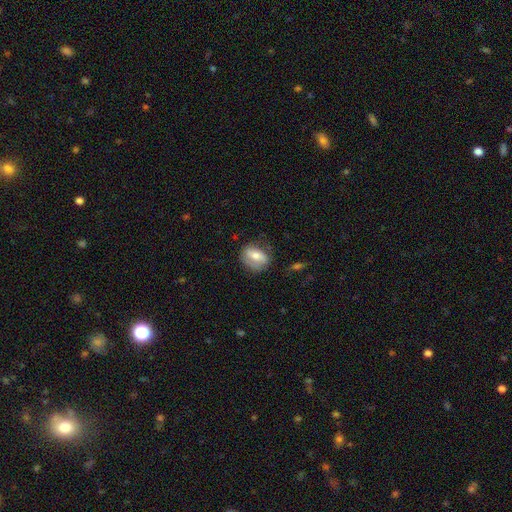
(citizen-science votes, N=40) A smooth galaxy with no disk features (62%) that is in between round and cigar-shaped (84%).

Vote fractions:
- Smooth or featured? smooth: 62% / featured or disk: 28% / star or artifact: 10%
- How rounded? in between: 84% / round: 8% / cigar-shaped: 8%
- Merging? none: 67% / minor disturbance: 25% / major disturbance: 8% / merger: 0%